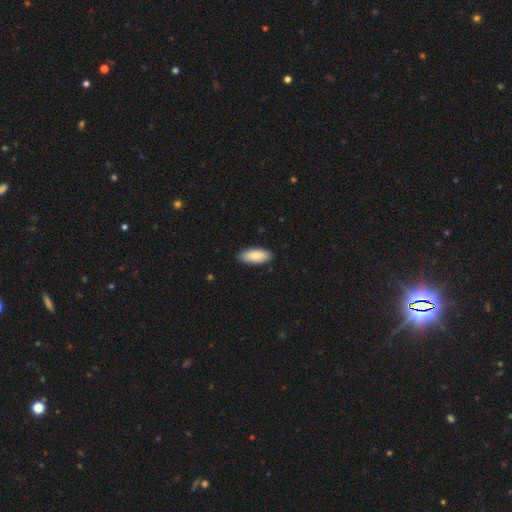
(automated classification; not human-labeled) Overall: smooth (85%). How rounded: in between (84%). Merging: none (89%).